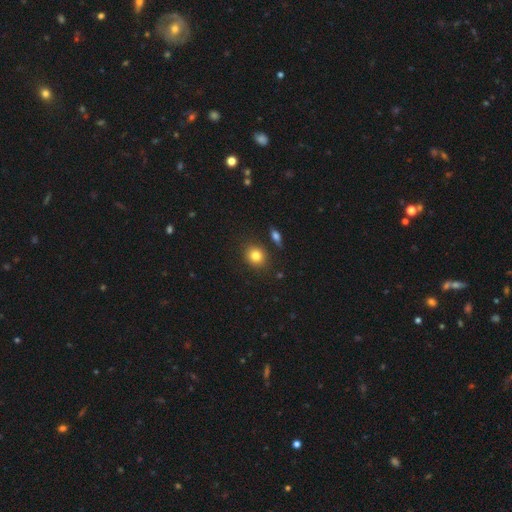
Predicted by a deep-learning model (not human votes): A smooth galaxy with no disk features (82%) that is round (73%).

Vote fractions:
- Smooth or featured? smooth: 82% / star or artifact: 10% / featured or disk: 8%
- How rounded? round: 73% / in between: 26% / cigar-shaped: 1%
- Merging? none: 83% / minor disturbance: 10% / merger: 4% / major disturbance: 3%